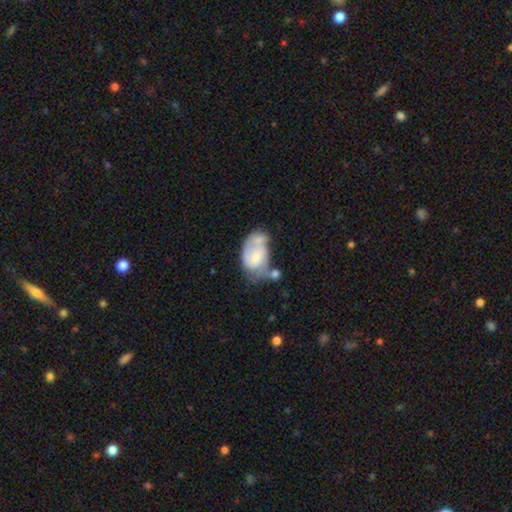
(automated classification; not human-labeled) A featured or disk galaxy (52%) with no bar (70%), spiral arms (59%) and a small central bulge (34%).

Vote fractions:
- Smooth or featured? featured or disk: 52% / smooth: 41% / star or artifact: 7%
- Edge-on disk? no: 97% / yes: 3%
- Bar? no: 70% / weak: 24% / strong: 5%
- Spiral arms? yes: 59% / no: 41%
- Bulge size? small: 34% / moderate: 31% / none: 22% / large: 10% / dominant: 2%
- Merging? merger: 32% / major disturbance: 24% / minor disturbance: 22% / none: 22%